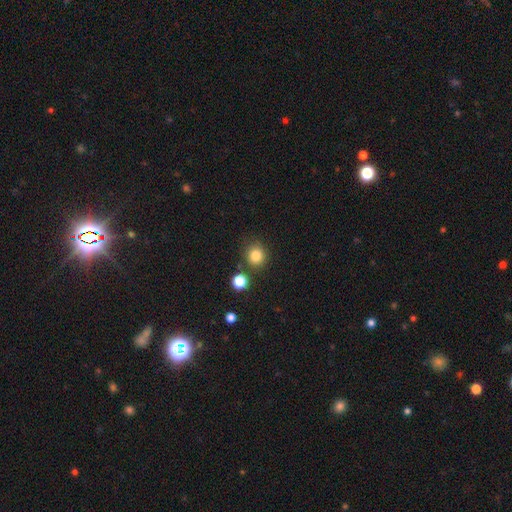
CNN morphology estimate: Smooth or featured?
  - smooth: 82% *
  - star or artifact: 12%
  - featured or disk: 5%
How rounded?
  - round: 88% *
  - in between: 11%
  - cigar-shaped: 1%
Merging?
  - none: 80% *
  - minor disturbance: 9%
  - merger: 7%
  - major disturbance: 3%